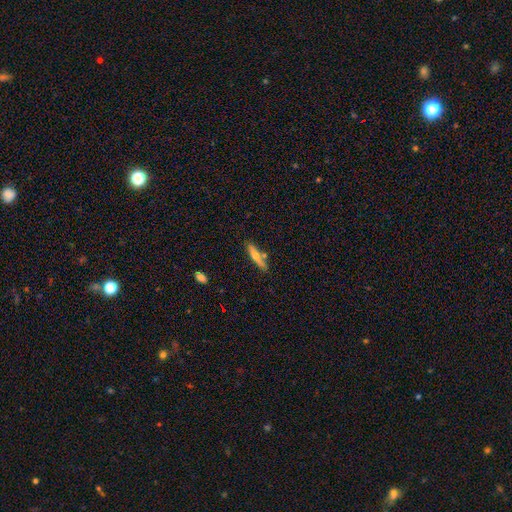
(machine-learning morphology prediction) smooth-or-featured: smooth: 55% | featured or disk: 39% | star or artifact: 7%
  how-rounded: cigar-shaped: 84% | in between: 14% | round: 2%
  merging: none: 74% | minor disturbance: 14% | merger: 9% | major disturbance: 3%